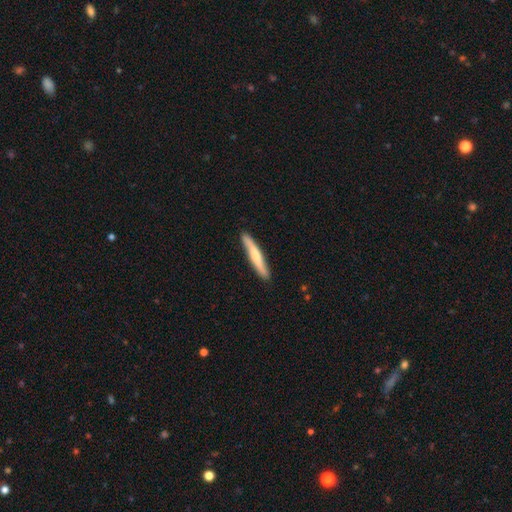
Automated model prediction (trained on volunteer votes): Q: Smooth or featured?
A: smooth (62%); runner-up: featured or disk (34%)
Q: How rounded?
A: cigar-shaped (94%); runner-up: in between (5%)
Q: Merging?
A: none (87%); runner-up: minor disturbance (10%)